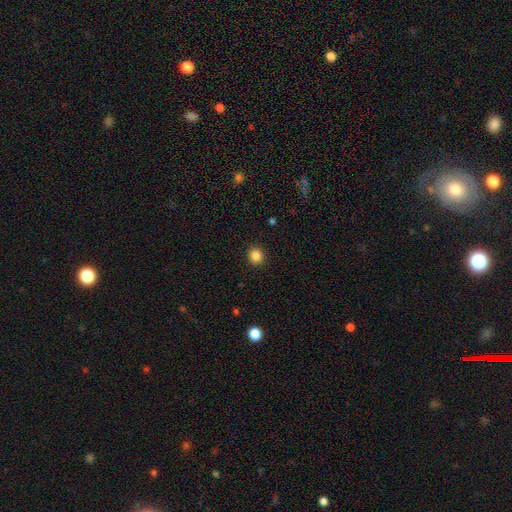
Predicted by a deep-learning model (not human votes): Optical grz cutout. It shows a smooth galaxy with no disk features (85%) that is round (87%). Merging: none (92%).